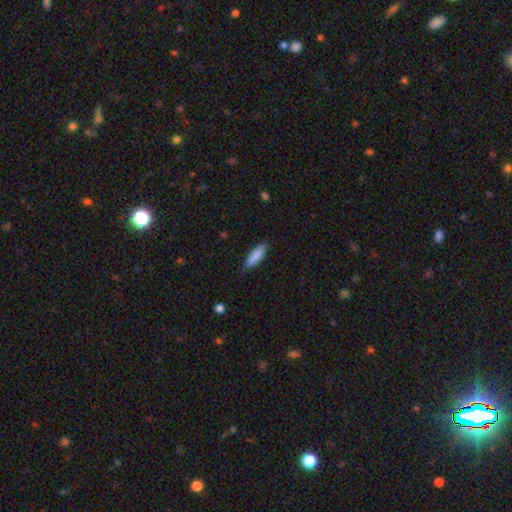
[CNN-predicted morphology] A smooth galaxy with no disk features (86%) that is in between round and cigar-shaped (52%). Merging: none (75%).